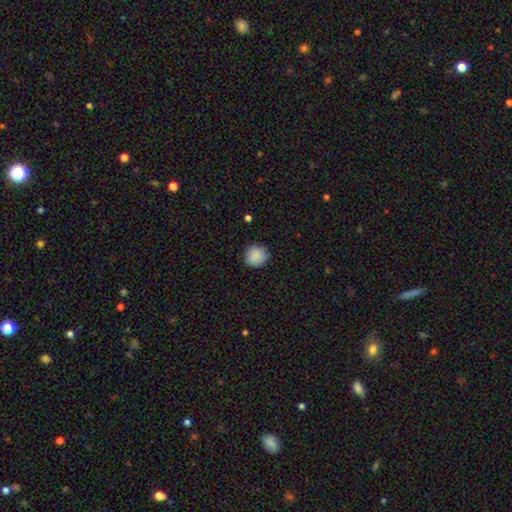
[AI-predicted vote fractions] Overall: smooth (88%). How rounded: round (90%). Merging: none (86%).